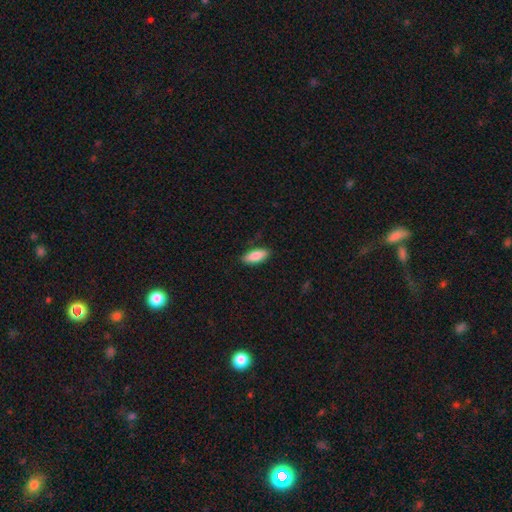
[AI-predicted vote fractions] A smooth galaxy with no disk features (87%) that is in between round and cigar-shaped (78%). Merging: none (85%).